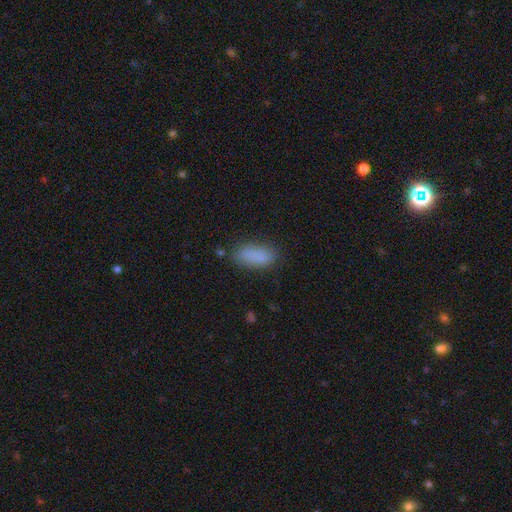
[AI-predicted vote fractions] This appears to be a smooth galaxy with no disk features (85%) that is in between round and cigar-shaped (79%). Merging: none (76%).